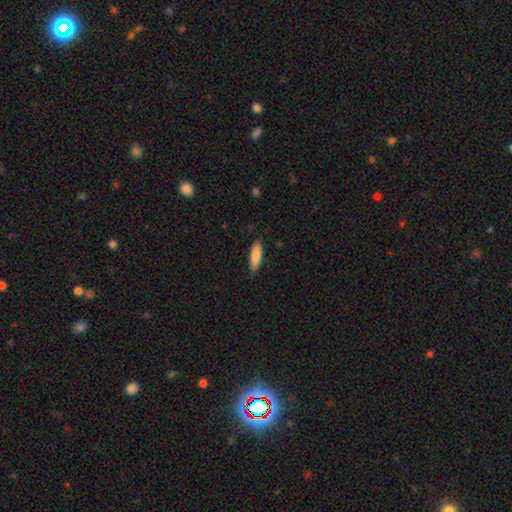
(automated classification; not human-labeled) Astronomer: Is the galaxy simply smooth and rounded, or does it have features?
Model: smooth — 85%.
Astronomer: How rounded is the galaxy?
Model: cigar-shaped — 58% (runner-up: in between, 40%).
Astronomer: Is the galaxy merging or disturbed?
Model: none — 84%.